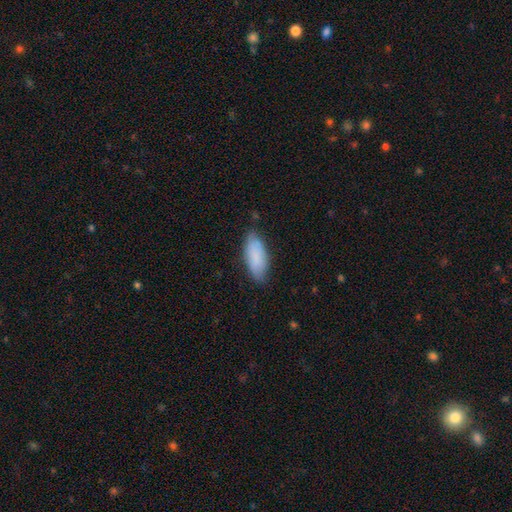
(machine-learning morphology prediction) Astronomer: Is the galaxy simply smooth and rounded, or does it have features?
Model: smooth — 86%.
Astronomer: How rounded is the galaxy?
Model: in between — 82%.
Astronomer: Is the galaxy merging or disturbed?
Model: none — 77%.